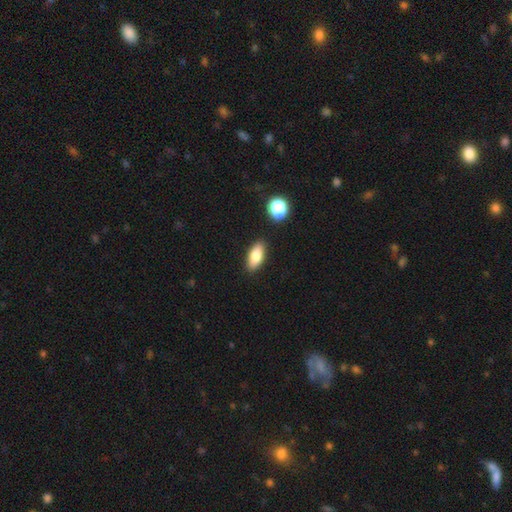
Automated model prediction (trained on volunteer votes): This appears to be a smooth galaxy with no disk features (79%) that is in between round and cigar-shaped (82%). Merging: none (87%).